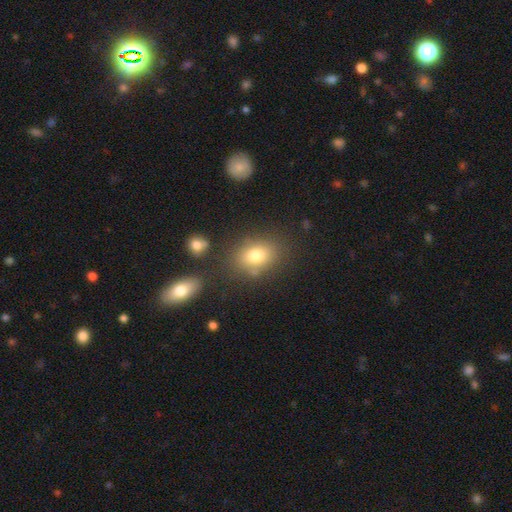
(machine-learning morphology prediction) Smooth or featured? smooth (78%)
How rounded? in between (69%)
Merging? none (73%)